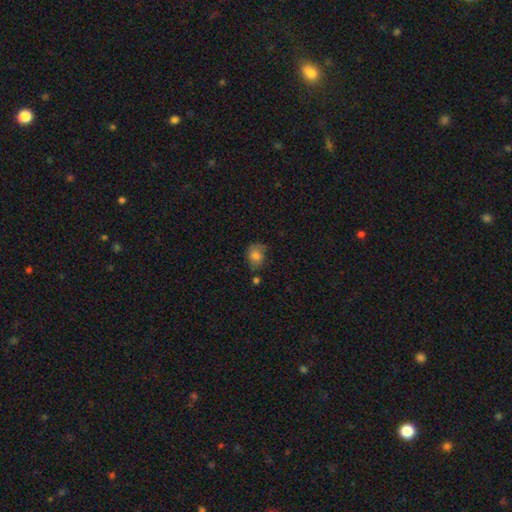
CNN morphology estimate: Smooth or featured: smooth — 76% (featured or disk — 14%)
How rounded: in between — 53% (round — 46%)
Merging: none — 53% (minor disturbance — 30%)